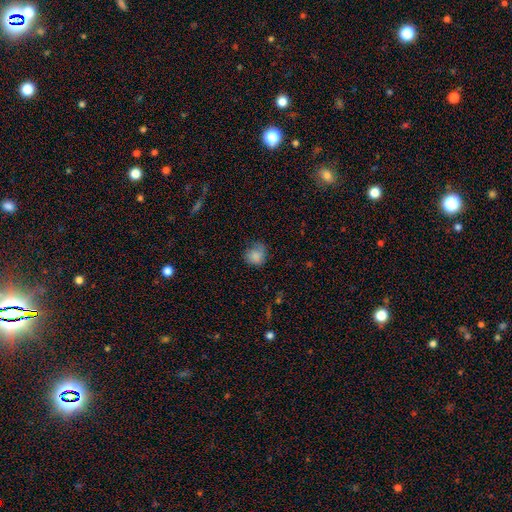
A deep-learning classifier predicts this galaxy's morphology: This appears to be a smooth galaxy with no disk features (82%) that is round (75%). Merging: none (62%).